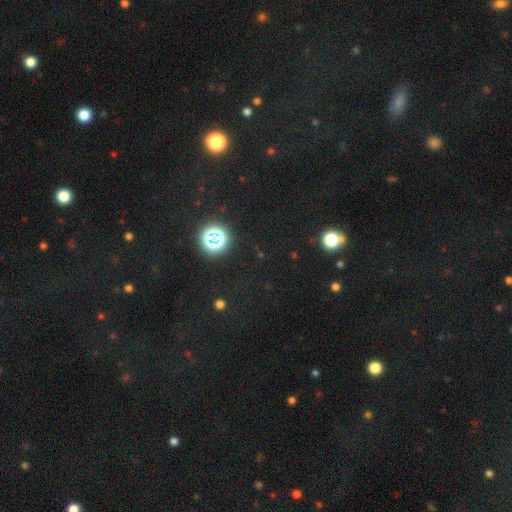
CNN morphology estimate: Q: Smooth or featured?
A: star or artifact (64%); runner-up: smooth (29%)